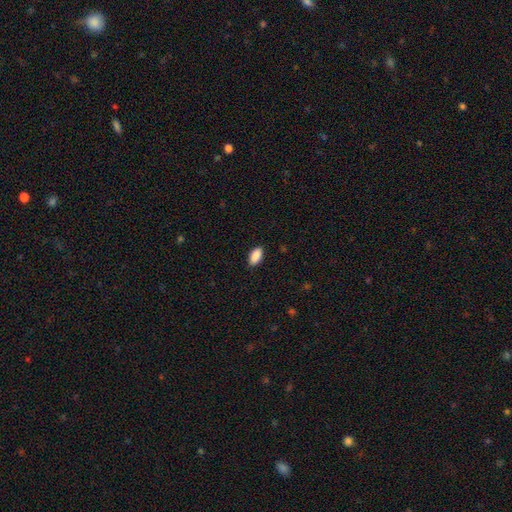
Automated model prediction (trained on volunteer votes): The model was most divided on "merging": none: 88%, minor disturbance: 9%, major disturbance: 2%, merger: 1%. More confident: how rounded — in between (93%); smooth or featured — smooth (90%).